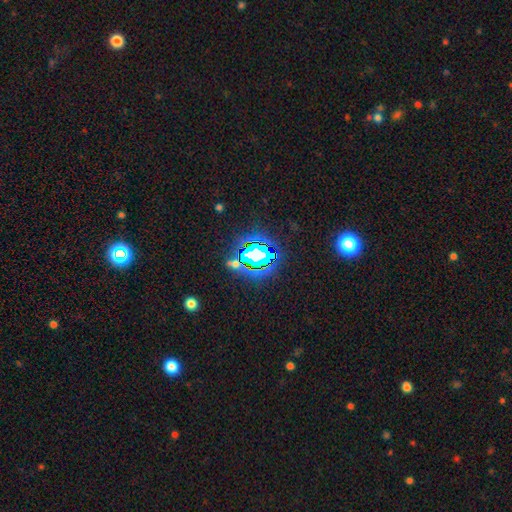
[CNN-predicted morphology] star or artifact 71%, smooth 16%, featured or disk 12%.